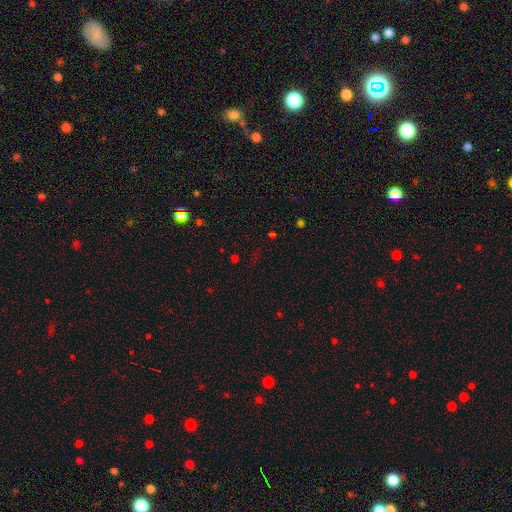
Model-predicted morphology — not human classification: Q: Smooth or featured?
A: star or artifact (61%); runner-up: smooth (31%)